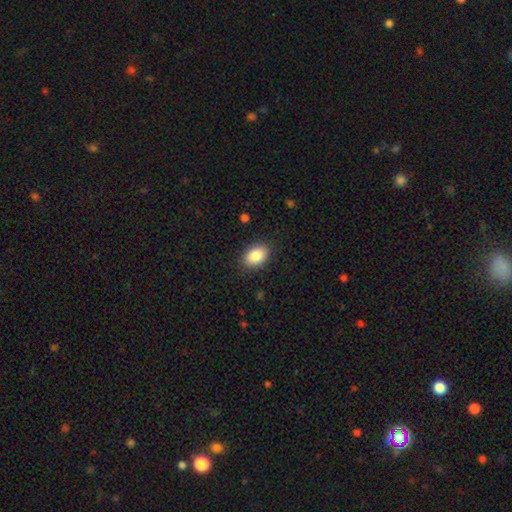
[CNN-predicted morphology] type=smooth (87%); roundness=in between (83%); merging=none (87%).